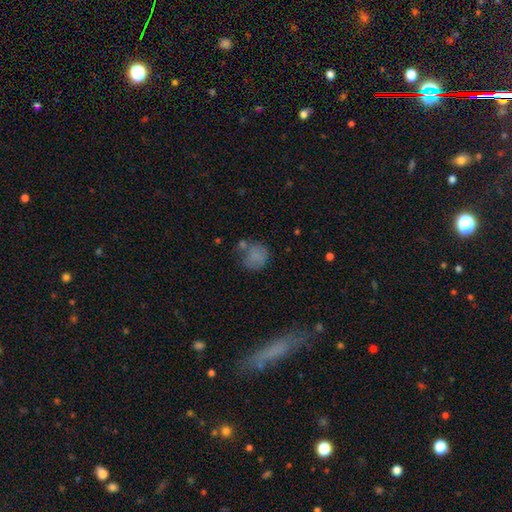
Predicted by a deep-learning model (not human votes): Smooth or featured?
  - smooth: 77% *
  - featured or disk: 12%
  - star or artifact: 11%
How rounded?
  - round: 80% *
  - in between: 19%
  - cigar-shaped: 1%
Merging?
  - none: 51% *
  - minor disturbance: 21%
  - merger: 17%
  - major disturbance: 11%